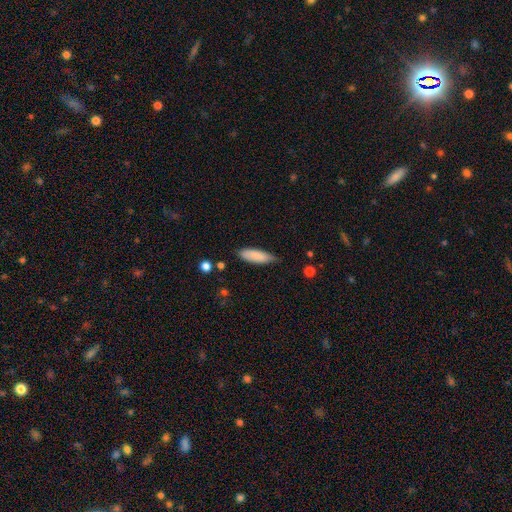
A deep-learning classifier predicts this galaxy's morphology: Q: Smooth or featured?
A: smooth (86%); runner-up: featured or disk (8%)
Q: How rounded?
A: in between (57%); runner-up: cigar-shaped (42%)
Q: Merging?
A: none (68%); runner-up: minor disturbance (26%)